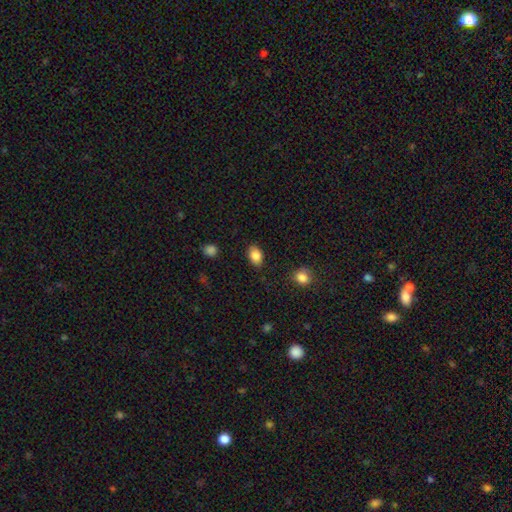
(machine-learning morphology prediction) A smooth galaxy with no disk features (85%) that is in between round and cigar-shaped (83%). Merging: none (85%).